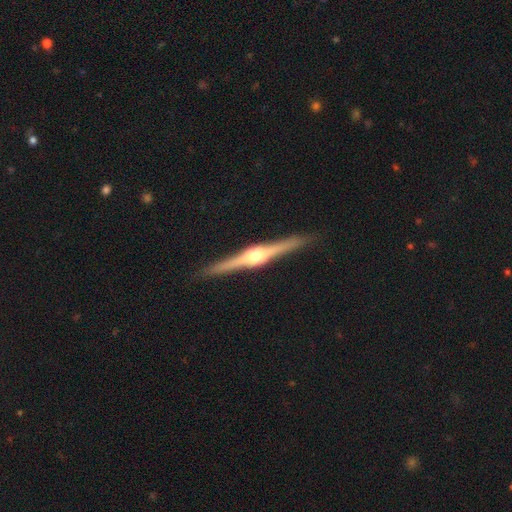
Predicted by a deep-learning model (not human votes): Smooth or featured?
  - featured or disk: 84% *
  - smooth: 11%
  - star or artifact: 5%
Edge-on disk?
  - yes: 98% *
  - no: 2%
Edge-on bulge?
  - rounded: 90% *
  - boxy: 8%
  - none: 2%
Merging?
  - none: 90% *
  - minor disturbance: 7%
  - major disturbance: 1%
  - merger: 1%